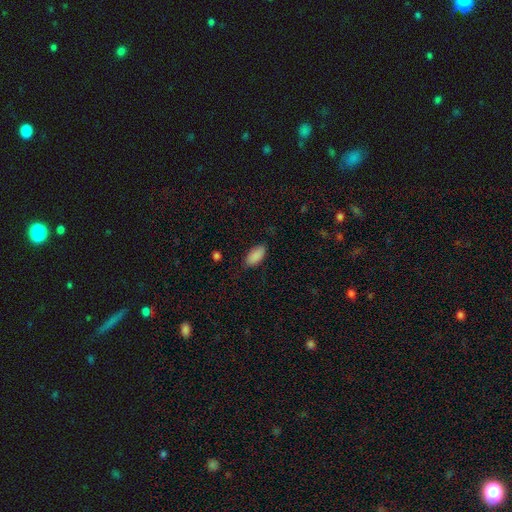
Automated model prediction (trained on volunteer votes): The model was most divided on "merging": none: 81%, minor disturbance: 14%, major disturbance: 3%, merger: 1%. More confident: how rounded — in between (92%); smooth or featured — smooth (89%).